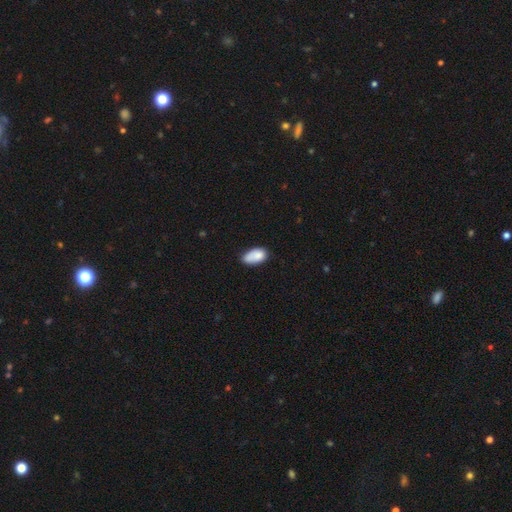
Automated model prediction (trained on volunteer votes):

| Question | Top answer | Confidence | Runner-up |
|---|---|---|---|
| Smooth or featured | smooth | 84% | featured or disk (8%) |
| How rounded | in between | 93% | round (5%) |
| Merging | none | 59% | minor disturbance (30%) |